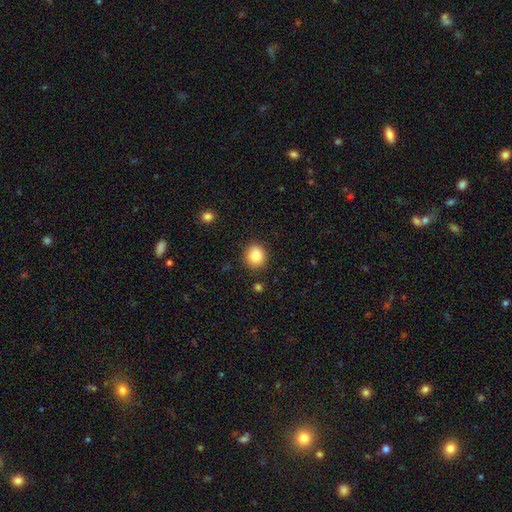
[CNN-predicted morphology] A smooth galaxy with no disk features (87%) that is round (79%). Merging: none (87%).